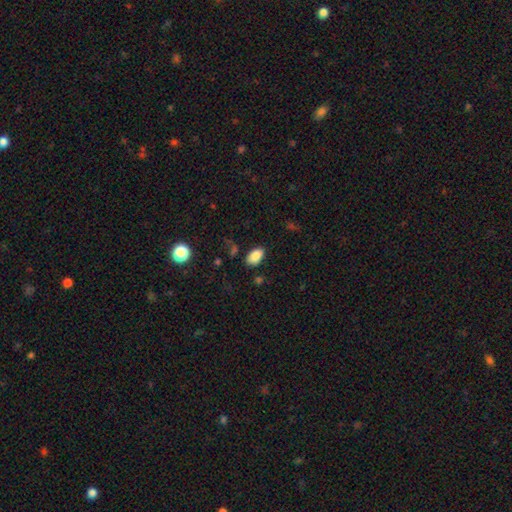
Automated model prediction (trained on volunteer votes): This is clearly a smooth galaxy (85%). How rounded: clearly in between (92%). Merging: clearly none (81%).